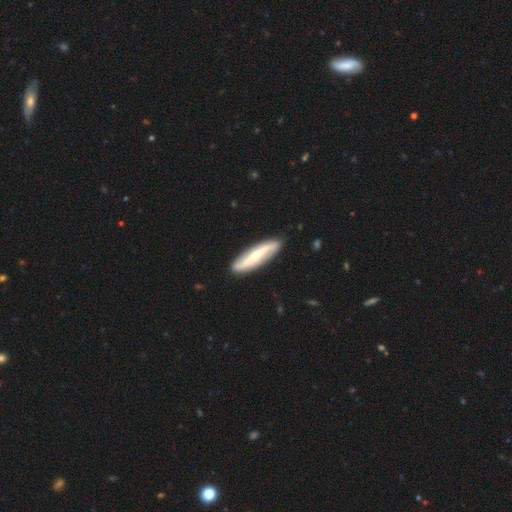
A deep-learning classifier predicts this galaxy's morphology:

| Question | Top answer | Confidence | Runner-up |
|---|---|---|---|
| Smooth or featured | featured or disk | 66% | smooth (30%) |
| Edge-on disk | no | 54% | yes (46%) |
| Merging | none | 89% | minor disturbance (8%) |